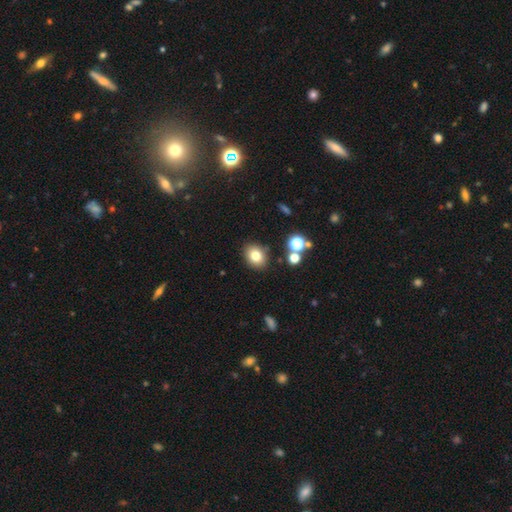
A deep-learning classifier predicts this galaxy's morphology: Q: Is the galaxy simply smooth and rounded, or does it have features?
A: smooth — 78%.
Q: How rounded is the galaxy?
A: in between — 52%.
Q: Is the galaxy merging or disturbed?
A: none — 85%.